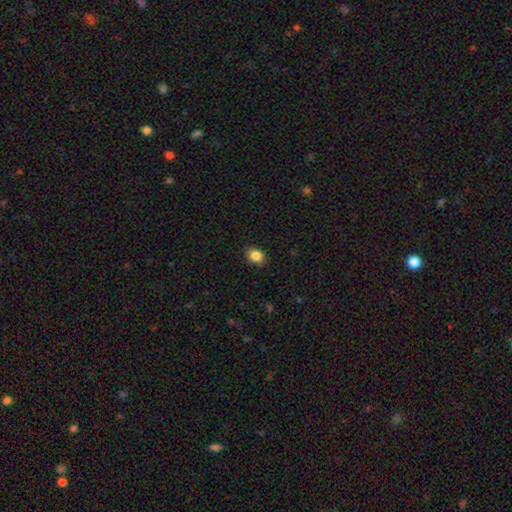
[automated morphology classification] This is clearly a smooth galaxy (86%). How rounded: possibly in between (56%). Merging: clearly none (86%).